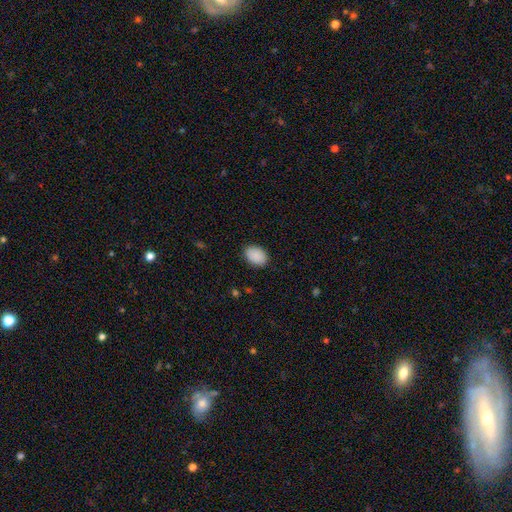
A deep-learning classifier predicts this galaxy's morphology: Overall: smooth (90%). How rounded: in between (80%). Merging: none (87%).